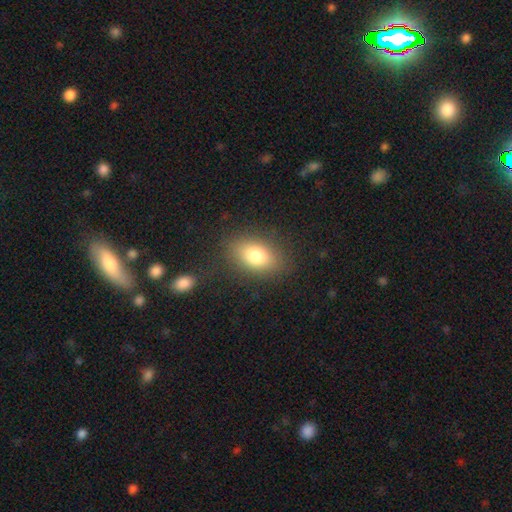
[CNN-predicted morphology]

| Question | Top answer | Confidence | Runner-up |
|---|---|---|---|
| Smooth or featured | smooth | 79% | featured or disk (11%) |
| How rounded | in between | 82% | round (17%) |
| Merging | none | 83% | minor disturbance (10%) |